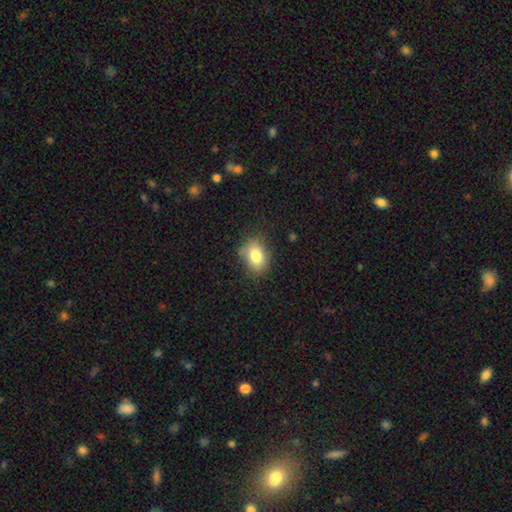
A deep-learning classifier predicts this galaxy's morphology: smooth 81%, featured or disk 10%, star or artifact 9%. Down the decision tree: how rounded — in between (73%); merging — none (73%).